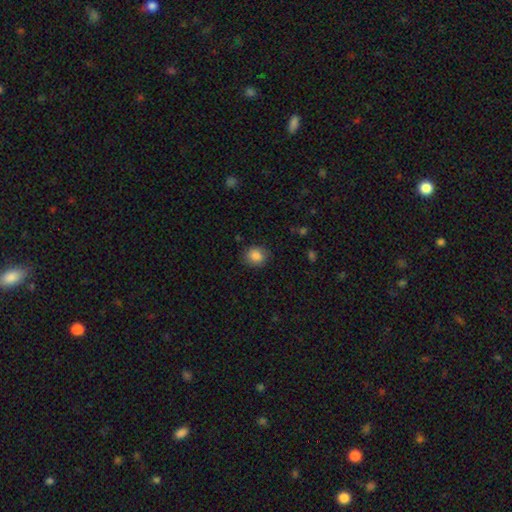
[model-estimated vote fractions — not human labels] Smooth or featured? Predicted: smooth (p=0.85). How rounded? Predicted: round (p=0.69). Merging? Predicted: none (p=0.84).